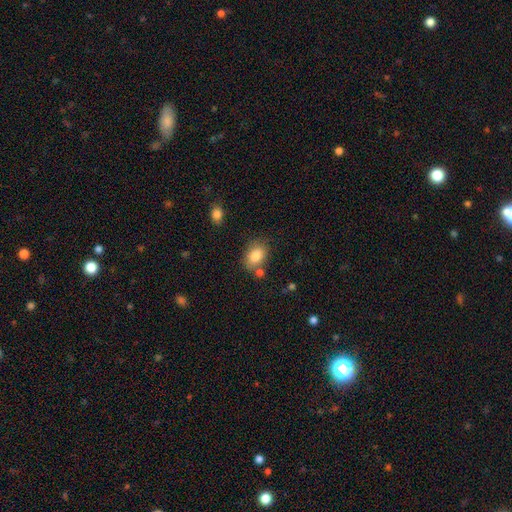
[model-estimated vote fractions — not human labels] Smooth or featured? smooth (84%)
How rounded? in between (80%)
Merging? none (68%)